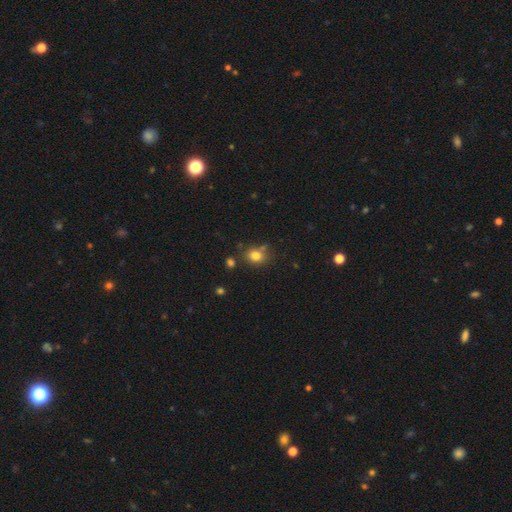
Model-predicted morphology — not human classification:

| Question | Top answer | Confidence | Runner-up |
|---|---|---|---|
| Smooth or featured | smooth | 79% | star or artifact (13%) |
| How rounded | round | 60% | in between (39%) |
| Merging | none | 69% | minor disturbance (16%) |